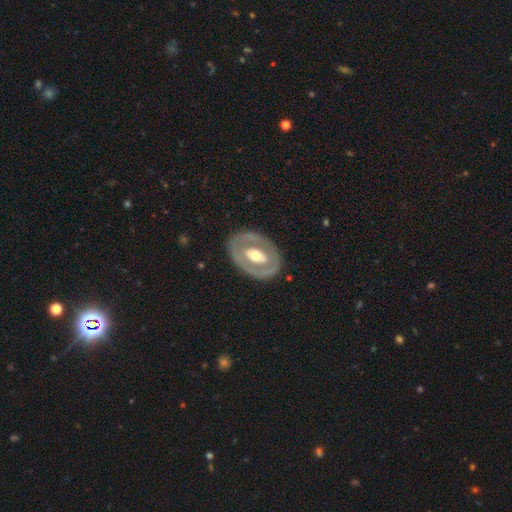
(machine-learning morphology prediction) Overall: featured or disk (65%; smooth 31%). Edge-on disk: no (92%). Bar: no (56%; weak 26%). Spiral arms: no (83%). Bulge size: moderate (68%). Merging: none (81%).